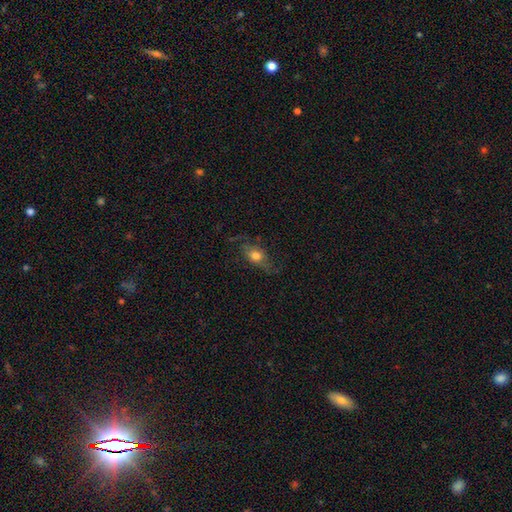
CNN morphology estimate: A smooth galaxy with no disk features (51%) that is in between round and cigar-shaped (67%). Merging: none (56%).